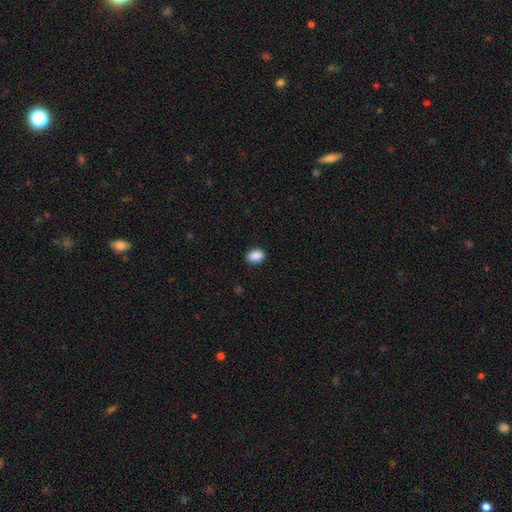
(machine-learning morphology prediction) Smooth or featured? smooth (89%)
How rounded? in between (75%)
Merging? none (88%)